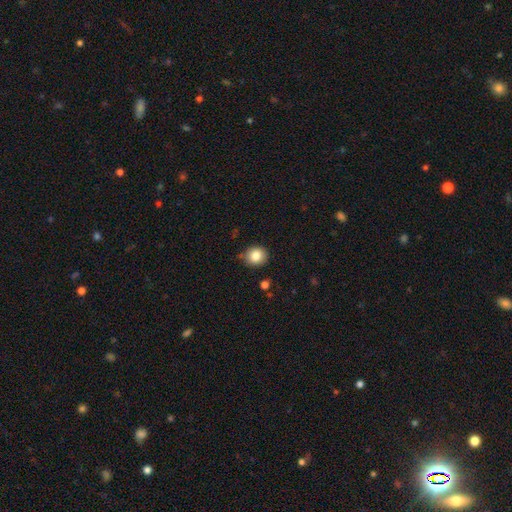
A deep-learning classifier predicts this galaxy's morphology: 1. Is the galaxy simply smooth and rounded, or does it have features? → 83% smooth, 10% star or artifact, 7% featured or disk.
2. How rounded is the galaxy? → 84% round, 15% in between, 1% cigar-shaped.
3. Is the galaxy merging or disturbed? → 82% none, 13% minor disturbance, 3% merger, 2% major disturbance.